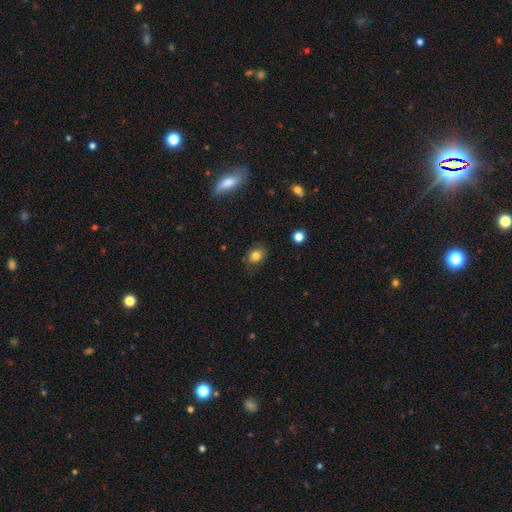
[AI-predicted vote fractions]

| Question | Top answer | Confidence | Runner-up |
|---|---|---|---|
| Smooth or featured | smooth | 81% | star or artifact (11%) |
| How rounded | in between | 54% | round (44%) |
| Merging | none | 79% | minor disturbance (16%) |